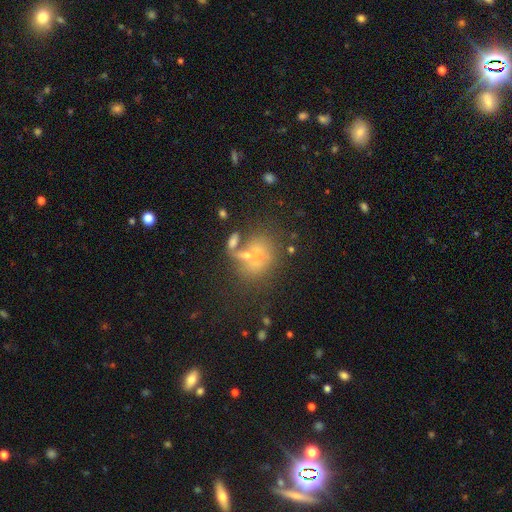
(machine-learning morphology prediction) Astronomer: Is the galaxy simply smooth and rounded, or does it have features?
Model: smooth — 42% (runner-up: featured or disk, 32%).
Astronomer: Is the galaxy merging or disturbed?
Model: none — 42% (runner-up: merger, 25%).